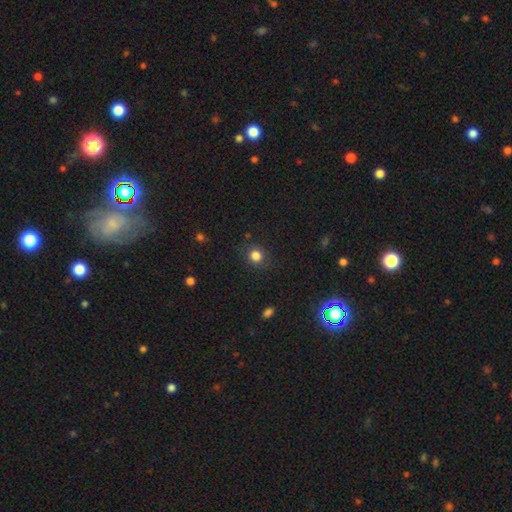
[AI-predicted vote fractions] Smooth or featured? smooth (82%)
How rounded? round (82%)
Merging? none (85%)